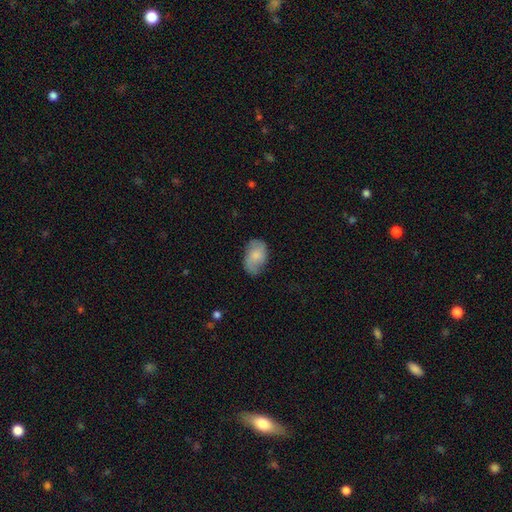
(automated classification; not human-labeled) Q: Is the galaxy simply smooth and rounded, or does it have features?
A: smooth — 63%.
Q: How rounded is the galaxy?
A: in between — 89%.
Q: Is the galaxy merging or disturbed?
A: none — 72%.